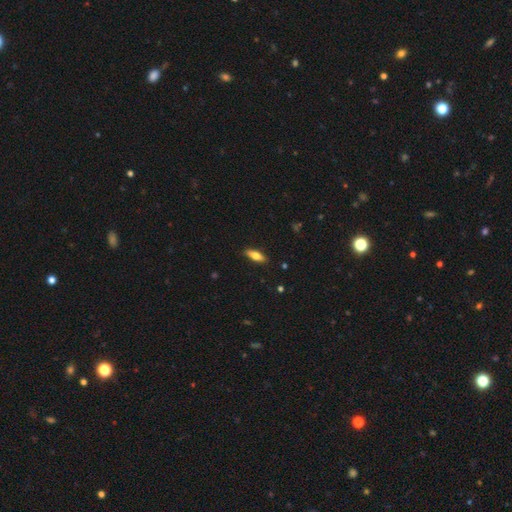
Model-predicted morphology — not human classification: smooth 65%, featured or disk 29%, star or artifact 7%. Down the decision tree: how rounded — in between (57%); merging — none (87%).